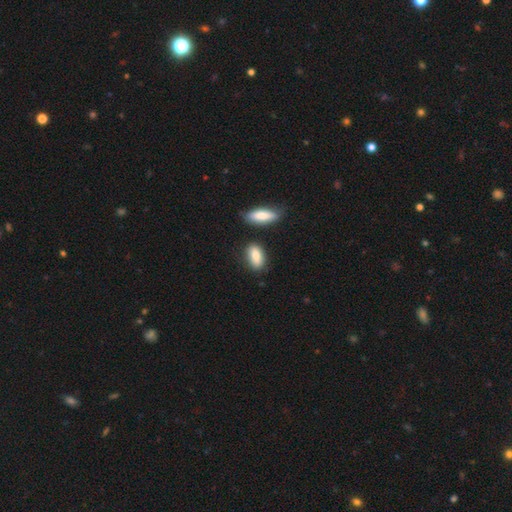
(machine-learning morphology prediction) Smooth or featured? Predicted: smooth (p=0.85). How rounded? Predicted: in between (p=0.85). Merging? Predicted: none (p=0.76).